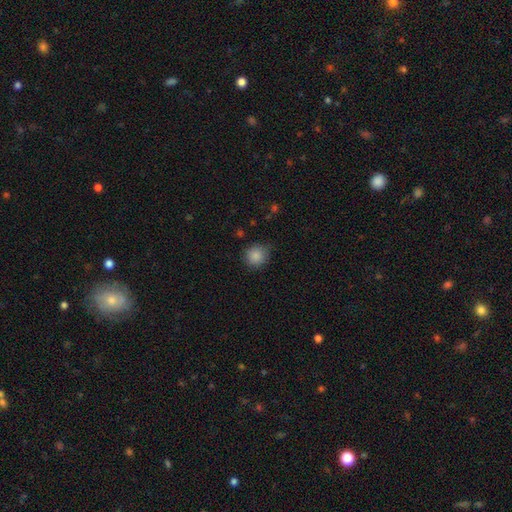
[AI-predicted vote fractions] A smooth galaxy with no disk features (87%) that is round (88%). Merging: none (79%).